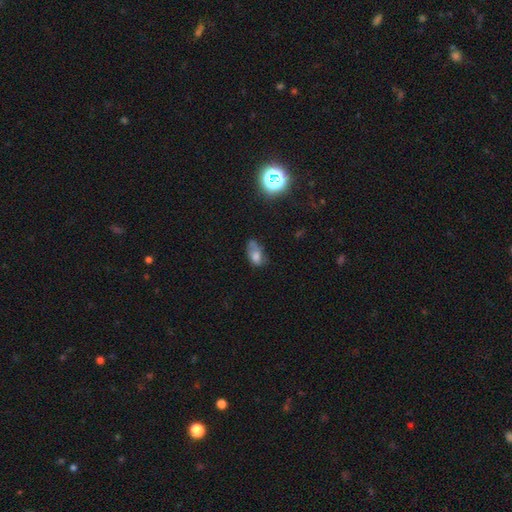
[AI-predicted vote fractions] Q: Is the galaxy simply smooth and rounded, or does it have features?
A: smooth — 66%.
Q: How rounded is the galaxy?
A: in between — 86%.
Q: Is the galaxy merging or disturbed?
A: minor disturbance — 34%.